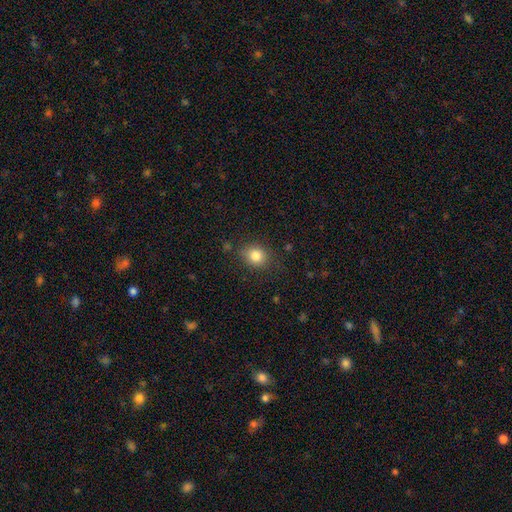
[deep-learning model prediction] The model was most divided on "how rounded": round: 69%, in between: 30%, cigar-shaped: 1%. More confident: smooth or featured — smooth (82%); merging — none (80%).